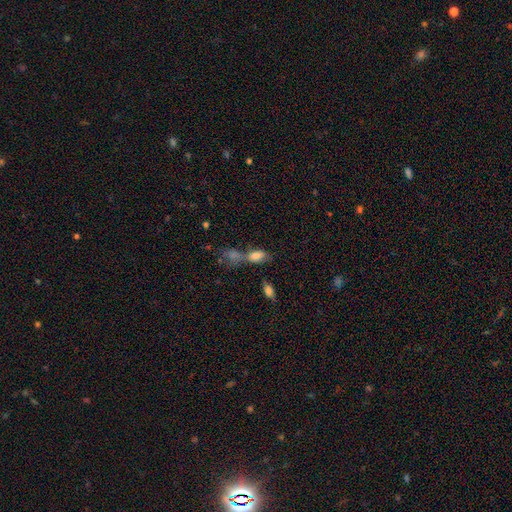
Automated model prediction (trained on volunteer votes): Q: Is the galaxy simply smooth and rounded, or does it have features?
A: smooth — 77%.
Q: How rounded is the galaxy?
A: in between — 85%.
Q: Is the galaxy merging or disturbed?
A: merger — 45%.